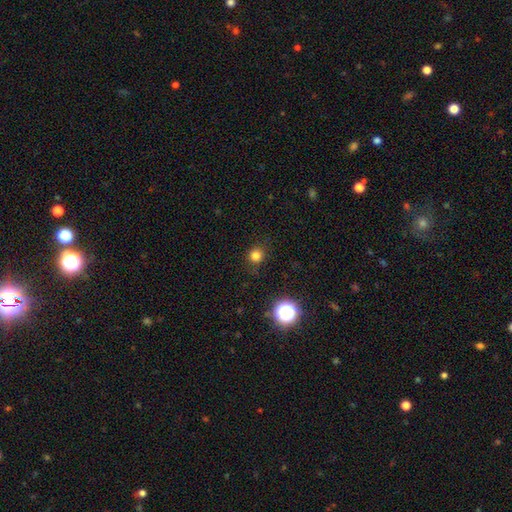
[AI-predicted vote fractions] This is likely a smooth galaxy (79%). How rounded: clearly round (92%). Merging: clearly none (87%).